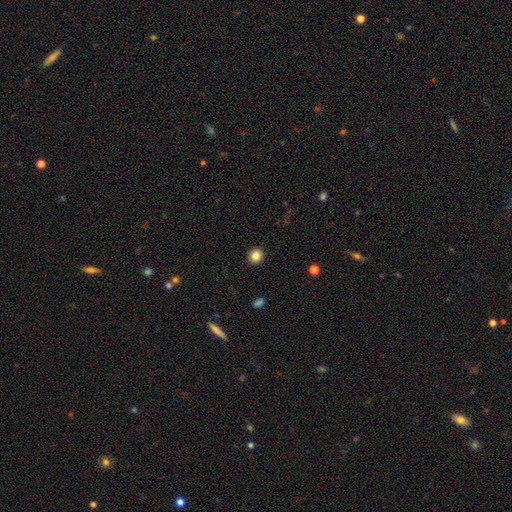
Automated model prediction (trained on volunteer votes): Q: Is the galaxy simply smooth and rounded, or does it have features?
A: smooth — 85%.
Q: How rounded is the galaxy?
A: round — 91%.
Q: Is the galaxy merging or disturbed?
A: none — 93%.